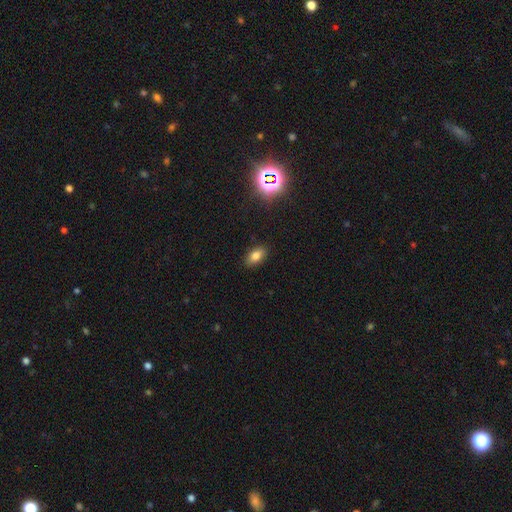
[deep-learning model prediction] smooth-or-featured: smooth: 77% | star or artifact: 14% | featured or disk: 9%
  how-rounded: in between: 88% | round: 9% | cigar-shaped: 3%
  merging: none: 88% | minor disturbance: 9% | major disturbance: 2% | merger: 1%